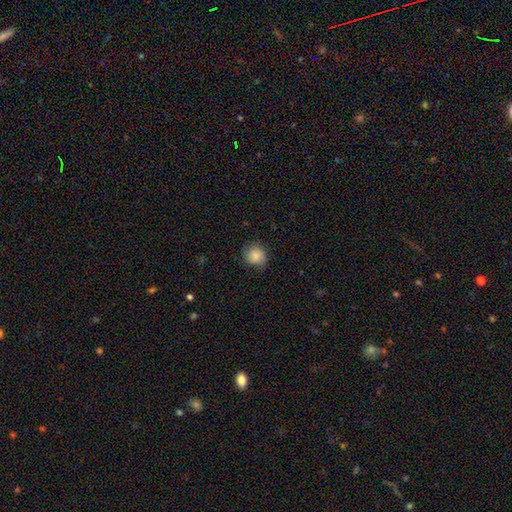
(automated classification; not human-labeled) Smooth or featured? smooth (85%)
How rounded? round (86%)
Merging? none (76%)